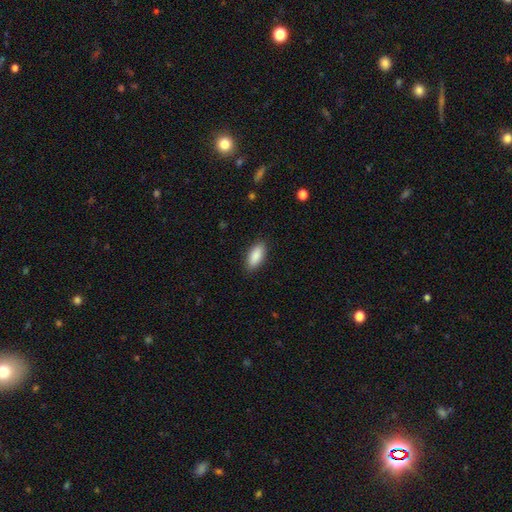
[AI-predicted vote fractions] smooth_or_featured: smooth (p=0.89) [alt: star or artifact p=0.06]
how_rounded: in between (p=0.83) [alt: cigar-shaped p=0.15]
merging: none (p=0.88) [alt: minor disturbance p=0.09]